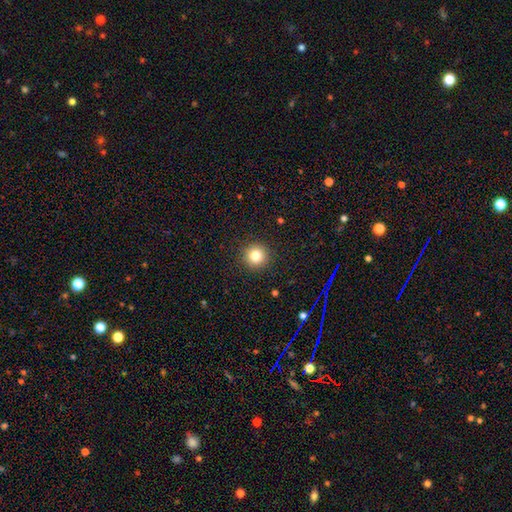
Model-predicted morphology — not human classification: The model was most divided on "smooth or featured": smooth: 81%, star or artifact: 12%, featured or disk: 7%. More confident: how rounded — round (95%); merging — none (92%).